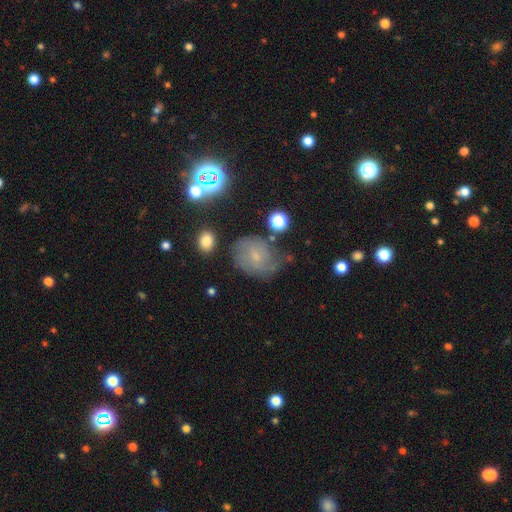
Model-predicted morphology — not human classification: featured or disk 44%, smooth 39%, star or artifact 17%. Down the decision tree: merging — none (53%).